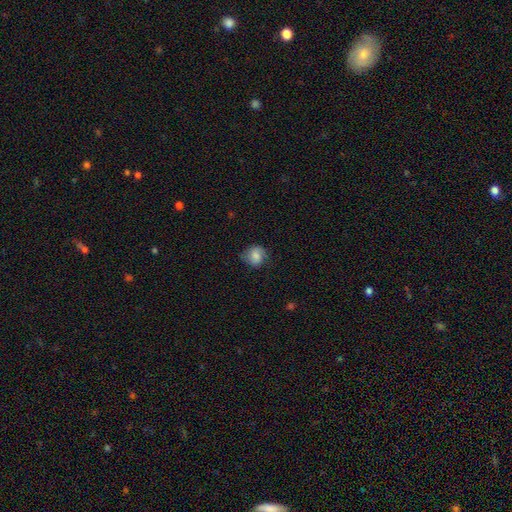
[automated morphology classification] A smooth galaxy with no disk features (75%) that is round (67%).

Vote fractions:
- Smooth or featured? smooth: 75% / featured or disk: 17% / star or artifact: 8%
- How rounded? round: 67% / in between: 31% / cigar-shaped: 1%
- Merging? none: 66% / minor disturbance: 25% / major disturbance: 8% / merger: 1%